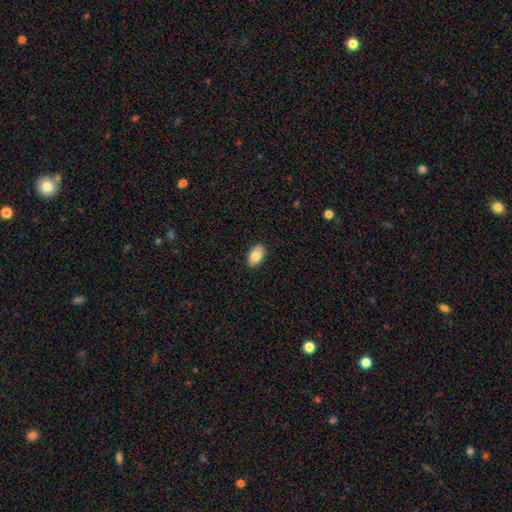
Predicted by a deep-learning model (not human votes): This appears to be a smooth galaxy with no disk features (81%) that is in between round and cigar-shaped (92%). Merging: none (89%).